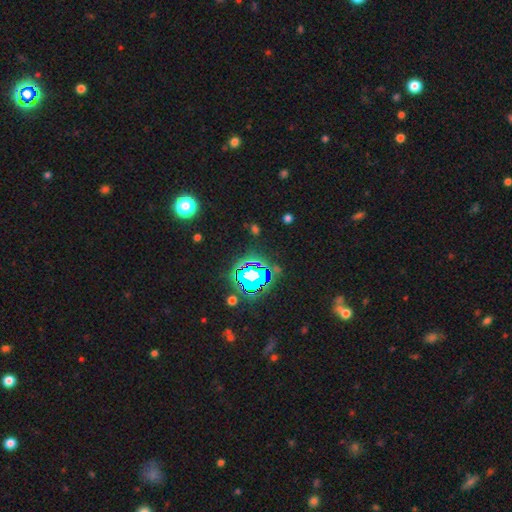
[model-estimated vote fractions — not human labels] Smooth or featured? Predicted: star or artifact (p=0.79).